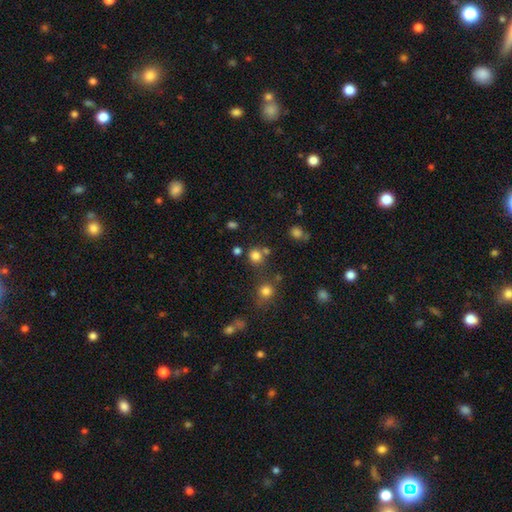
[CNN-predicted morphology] This is likely a smooth galaxy (77%). How rounded: clearly round (87%). Merging: likely none (69%).